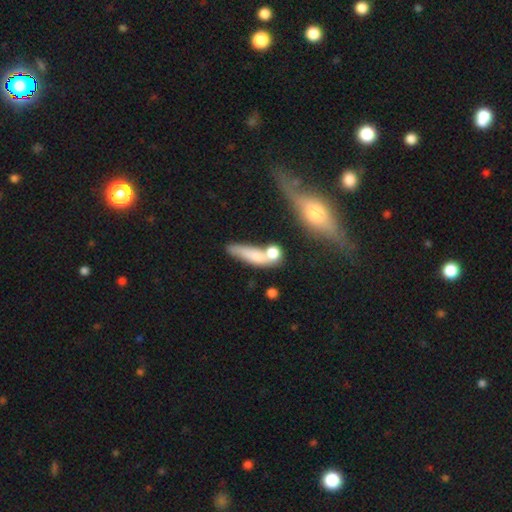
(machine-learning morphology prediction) A smooth galaxy with no disk features (69%) that is cigar-shaped (58%).

Vote fractions:
- Smooth or featured? smooth: 69% / featured or disk: 22% / star or artifact: 9%
- How rounded? cigar-shaped: 58% / in between: 33% / round: 10%
- Merging? none: 42% / merger: 30% / minor disturbance: 17% / major disturbance: 10%